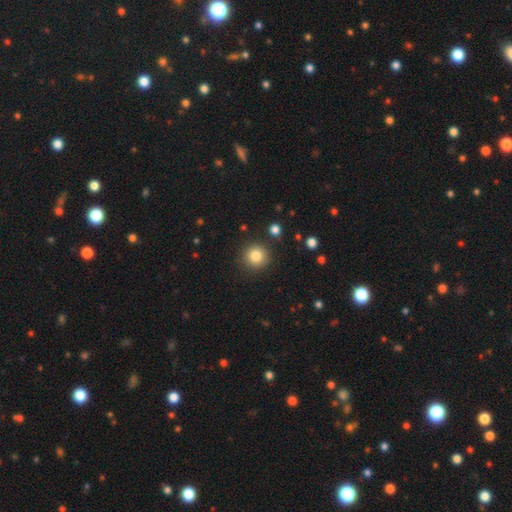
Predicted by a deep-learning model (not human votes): Smooth or featured?
  - smooth: 83% *
  - star or artifact: 11%
  - featured or disk: 6%
How rounded?
  - round: 94% *
  - in between: 5%
  - cigar-shaped: 1%
Merging?
  - none: 89% *
  - minor disturbance: 6%
  - major disturbance: 3%
  - merger: 2%